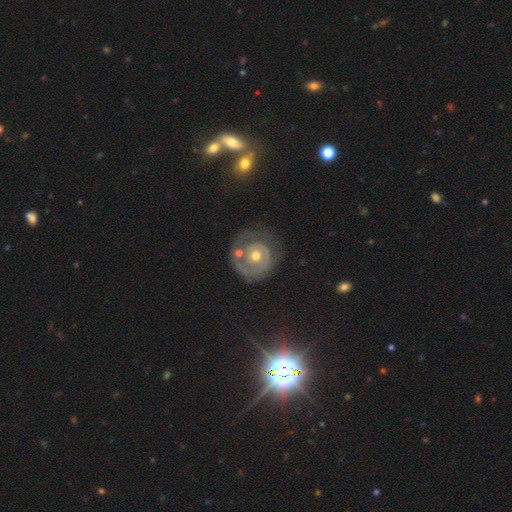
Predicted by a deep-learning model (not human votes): This appears to be a featured or disk galaxy (75%) with no bar (83%), 1 (40%) tight (71%) spiral arms (71%) and a moderate central bulge (69%). Merging: none (61%).